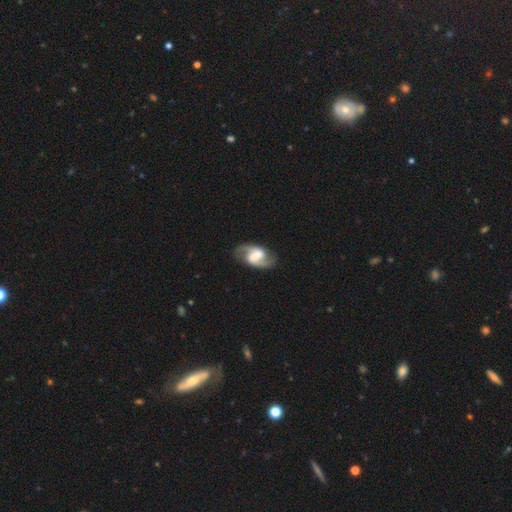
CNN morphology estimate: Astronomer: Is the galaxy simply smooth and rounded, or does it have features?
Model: featured or disk — 84%.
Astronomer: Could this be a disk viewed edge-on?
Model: no — 97%.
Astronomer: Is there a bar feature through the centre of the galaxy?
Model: strong — 47% (runner-up: weak, 41%).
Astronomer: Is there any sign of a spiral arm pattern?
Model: yes — 93%.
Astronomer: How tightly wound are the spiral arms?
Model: medium — 49% (runner-up: loose, 34%).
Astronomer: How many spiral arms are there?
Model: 2 — 93%.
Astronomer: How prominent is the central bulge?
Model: moderate — 37% (runner-up: small, 23%).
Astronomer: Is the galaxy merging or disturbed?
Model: none — 84%.